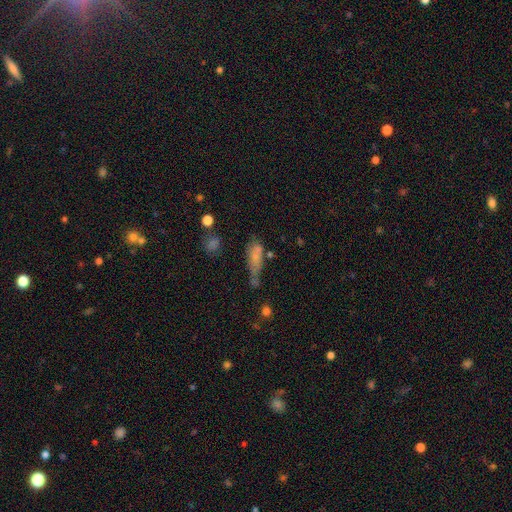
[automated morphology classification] type=smooth (70%); roundness=in between (59%); merging=none (36%).